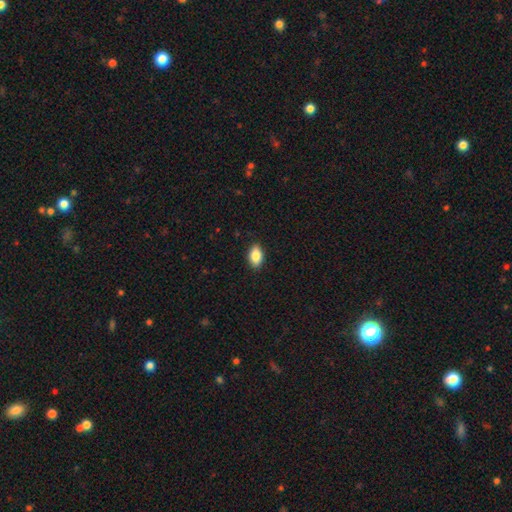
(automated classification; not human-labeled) Smooth or featured? smooth (86%)
How rounded? in between (90%)
Merging? none (87%)